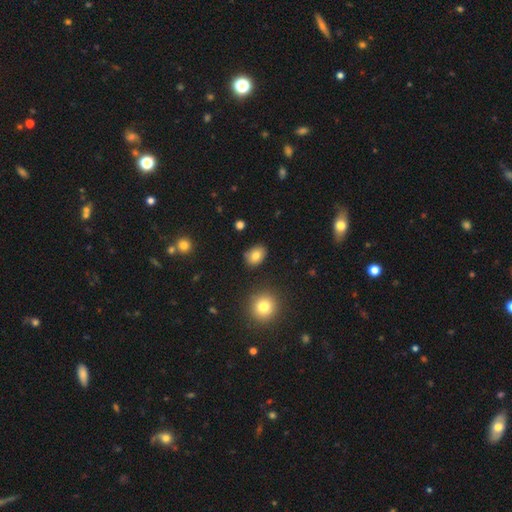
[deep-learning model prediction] This is likely a smooth galaxy (80%). How rounded: likely in between (68%). Merging: clearly none (83%).